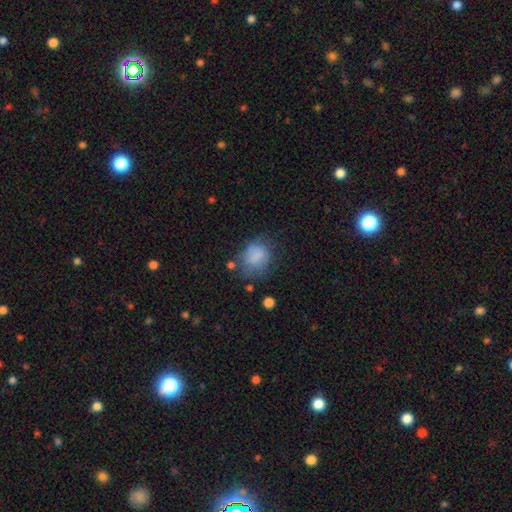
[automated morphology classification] smooth 81%, star or artifact 10%, featured or disk 9%. Down the decision tree: how rounded — round (62%); merging — none (56%).